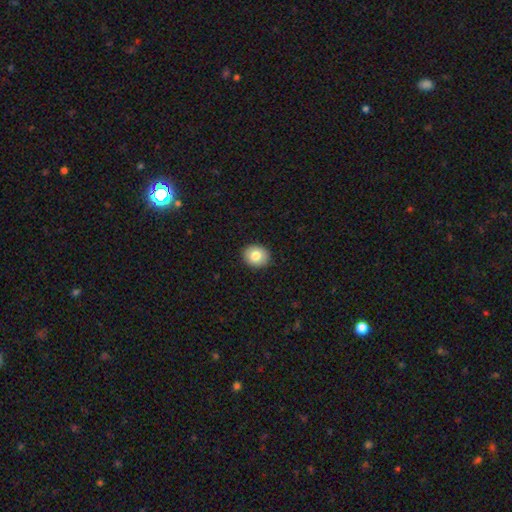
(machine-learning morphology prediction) This is likely a smooth galaxy (80%). How rounded: likely round (71%). Merging: clearly none (91%).